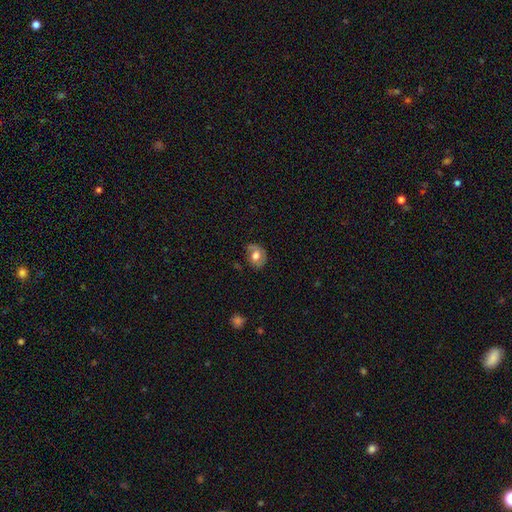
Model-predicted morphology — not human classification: The model was most divided on "how rounded": in between: 54%, round: 45%, cigar-shaped: 1%. More confident: merging — none (62%); smooth or featured — smooth (51%).